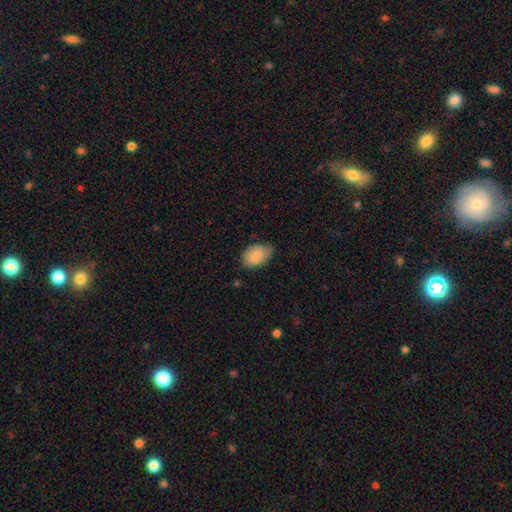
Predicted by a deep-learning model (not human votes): A smooth galaxy with no disk features (86%) that is in between round and cigar-shaped (88%). Merging: none (62%).